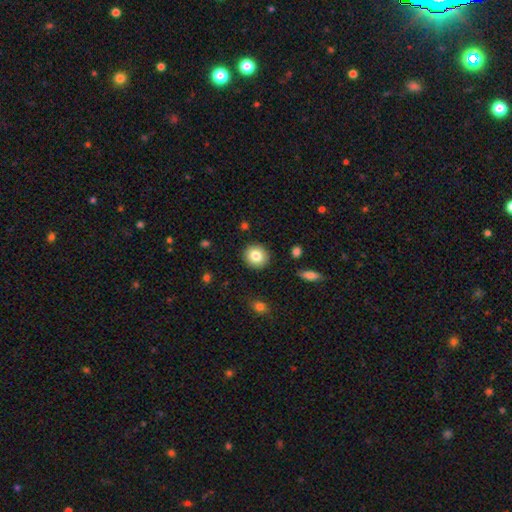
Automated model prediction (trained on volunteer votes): Q: Smooth or featured?
A: smooth (82%); runner-up: featured or disk (9%)
Q: How rounded?
A: round (88%); runner-up: in between (11%)
Q: Merging?
A: none (90%); runner-up: minor disturbance (6%)